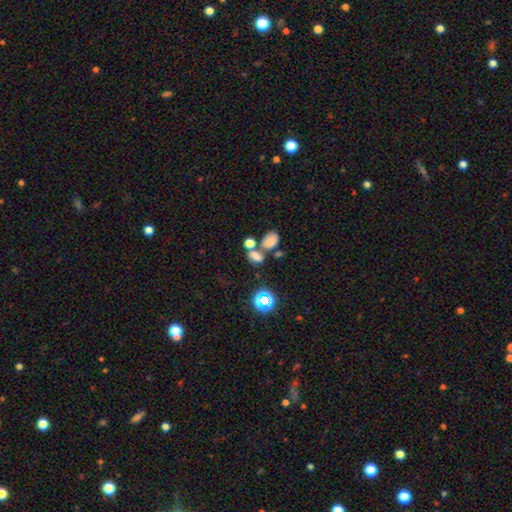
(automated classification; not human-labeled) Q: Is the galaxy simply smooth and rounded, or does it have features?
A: smooth — 68%.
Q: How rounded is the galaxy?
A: in between — 77%.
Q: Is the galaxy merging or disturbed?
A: merger — 46%.